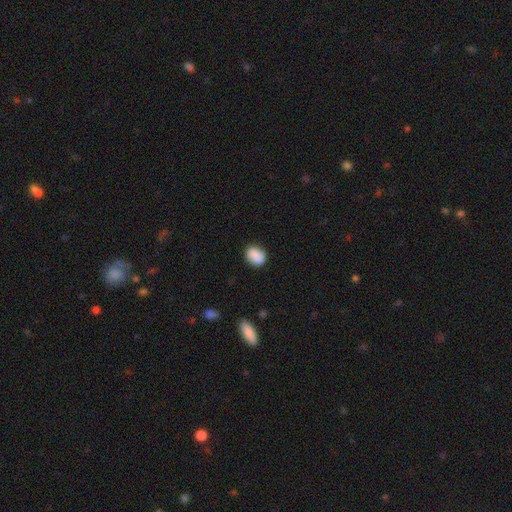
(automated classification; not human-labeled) smooth 88%, star or artifact 8%, featured or disk 4%. Down the decision tree: how rounded — in between (58%); merging — none (81%).